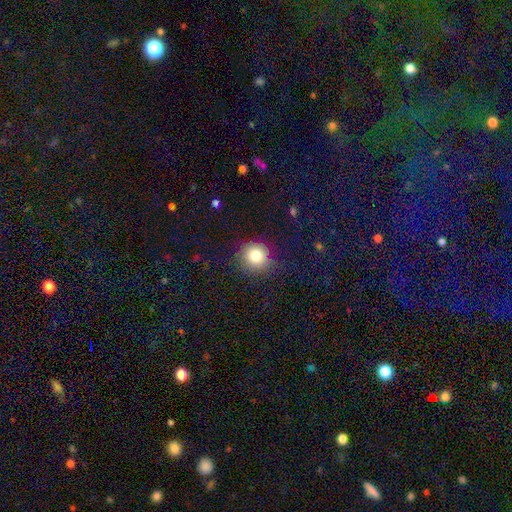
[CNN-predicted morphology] smooth_or_featured: smooth (p=0.82) [alt: star or artifact p=0.11]
how_rounded: round (p=0.91) [alt: in between p=0.09]
merging: none (p=0.80) [alt: minor disturbance p=0.14]